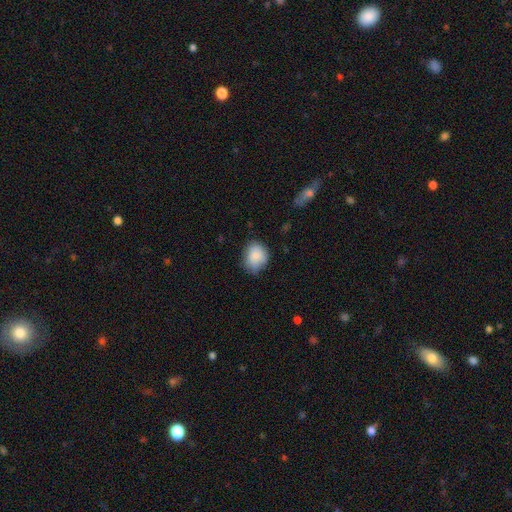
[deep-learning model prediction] Smooth or featured: smooth — 85% (star or artifact — 8%)
How rounded: round — 53% (in between — 46%)
Merging: none — 65% (minor disturbance — 28%)